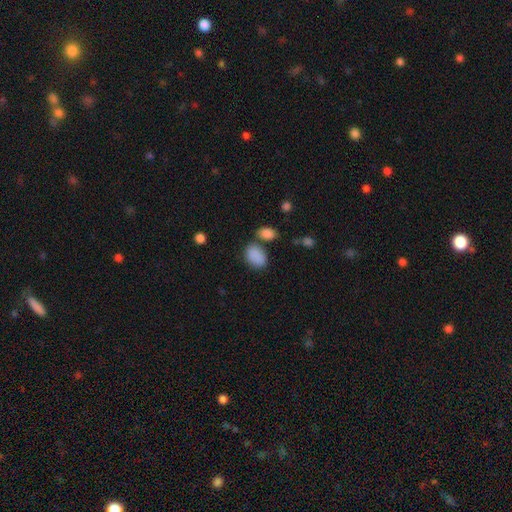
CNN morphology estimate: smooth_or_featured: smooth (p=0.87) [alt: star or artifact p=0.08]
how_rounded: in between (p=0.86) [alt: round p=0.13]
merging: none (p=0.62) [alt: minor disturbance p=0.16]